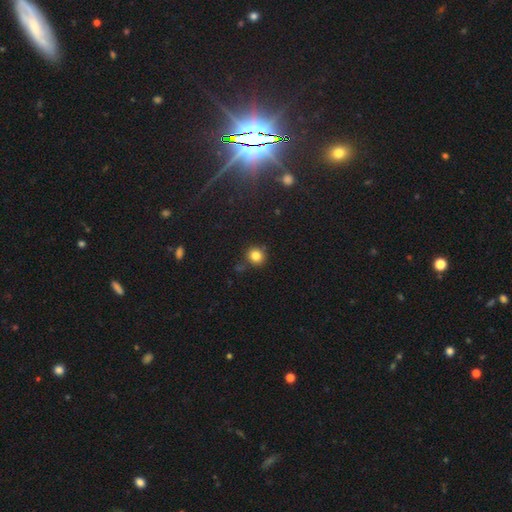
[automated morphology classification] Smooth or featured?
  - smooth: 82% *
  - star or artifact: 13%
  - featured or disk: 6%
How rounded?
  - round: 91% *
  - in between: 8%
  - cigar-shaped: 1%
Merging?
  - none: 83% *
  - minor disturbance: 10%
  - merger: 5%
  - major disturbance: 3%